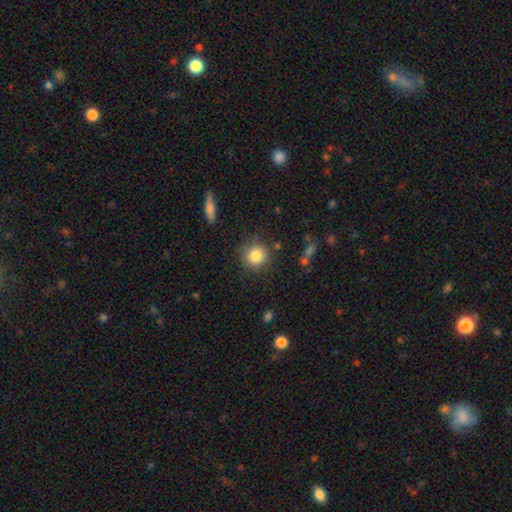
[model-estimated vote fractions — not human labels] Smooth or featured?
  - smooth: 84% *
  - star or artifact: 9%
  - featured or disk: 7%
How rounded?
  - round: 91% *
  - in between: 8%
  - cigar-shaped: 1%
Merging?
  - none: 83% *
  - minor disturbance: 11%
  - major disturbance: 3%
  - merger: 3%